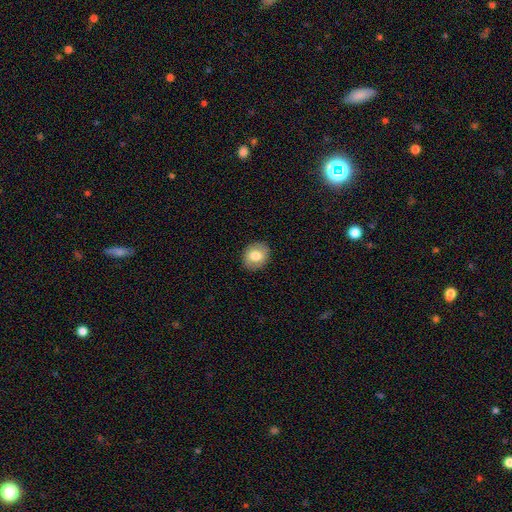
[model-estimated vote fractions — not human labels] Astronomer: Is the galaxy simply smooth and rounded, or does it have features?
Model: smooth — 75%.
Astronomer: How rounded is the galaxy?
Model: round — 60% (runner-up: in between, 39%).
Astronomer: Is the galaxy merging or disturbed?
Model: none — 88%.